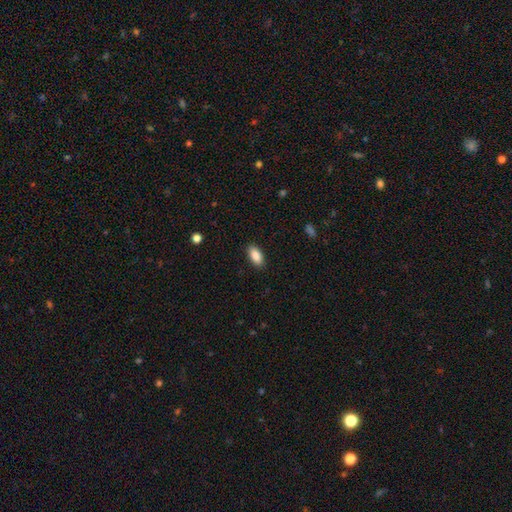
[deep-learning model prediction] Overall: smooth (89%). How rounded: in between (92%). Merging: none (89%).